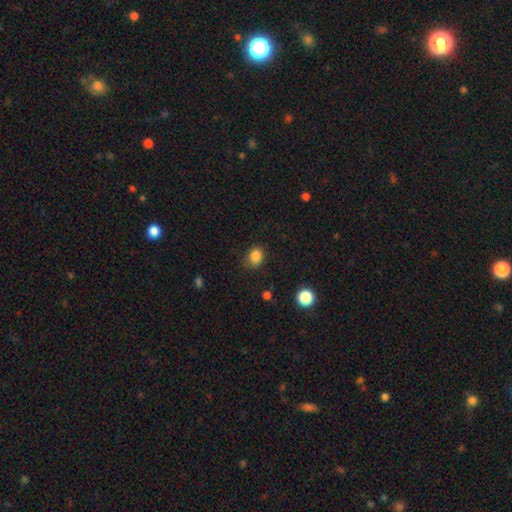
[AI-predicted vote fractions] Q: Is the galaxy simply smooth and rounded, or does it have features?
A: smooth — 85%.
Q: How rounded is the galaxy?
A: round — 50%.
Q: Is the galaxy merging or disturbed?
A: none — 73%.